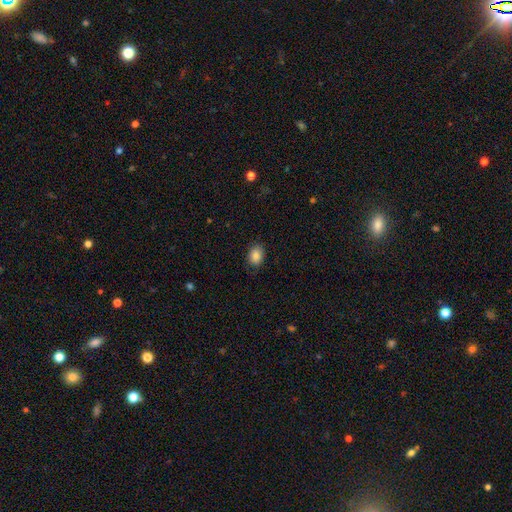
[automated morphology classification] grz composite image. It shows a smooth galaxy with no disk features (87%) that is in between round and cigar-shaped (70%). Merging: none (84%).